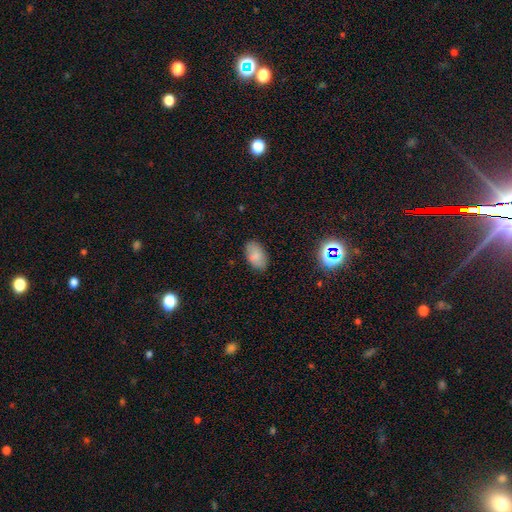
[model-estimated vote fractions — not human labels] A smooth galaxy with no disk features (79%) that is in between round and cigar-shaped (93%).

Vote fractions:
- Smooth or featured? smooth: 79% / featured or disk: 11% / star or artifact: 10%
- How rounded? in between: 93% / round: 5% / cigar-shaped: 2%
- Merging? none: 84% / minor disturbance: 12% / major disturbance: 3% / merger: 1%